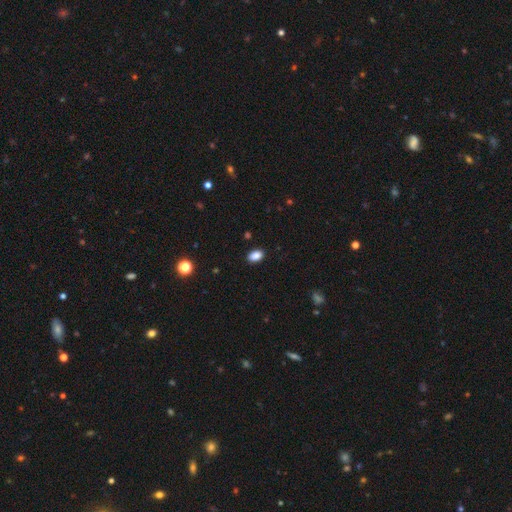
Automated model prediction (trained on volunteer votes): Morphology: type=smooth (88%); roundness=in between (87%); merging=none (89%).